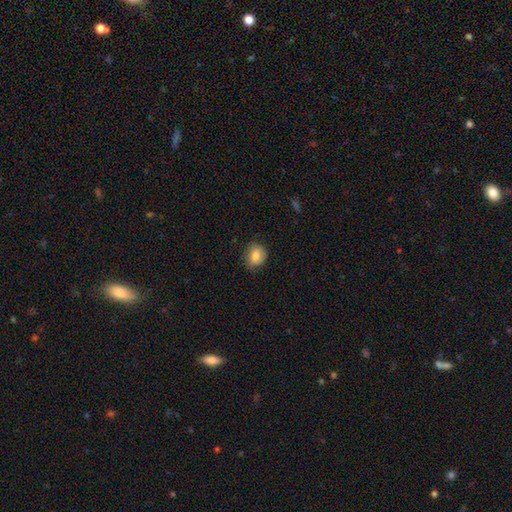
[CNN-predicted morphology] smooth_or_featured: smooth (p=0.79) [alt: featured or disk p=0.13]
how_rounded: round (p=0.61) [alt: in between p=0.38]
merging: none (p=0.78) [alt: minor disturbance p=0.17]